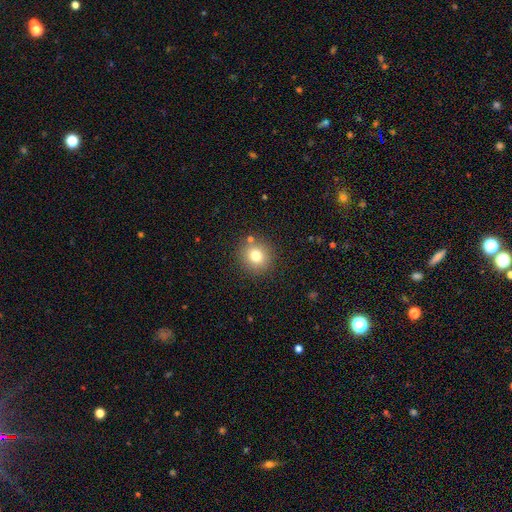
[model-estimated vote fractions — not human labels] A smooth galaxy with no disk features (77%) that is round (88%).

Vote fractions:
- Smooth or featured? smooth: 77% / star or artifact: 13% / featured or disk: 10%
- How rounded? round: 88% / in between: 11% / cigar-shaped: 1%
- Merging? none: 84% / minor disturbance: 8% / merger: 5% / major disturbance: 3%